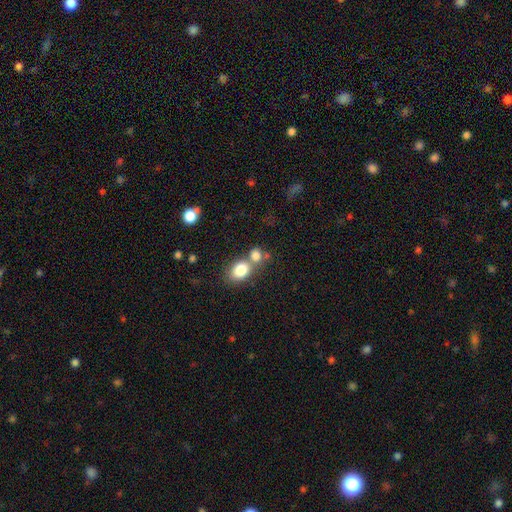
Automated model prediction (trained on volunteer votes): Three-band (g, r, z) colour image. It shows a smooth galaxy with no disk features (81%) that is in between round and cigar-shaped (57%). Merging: merger (46%).